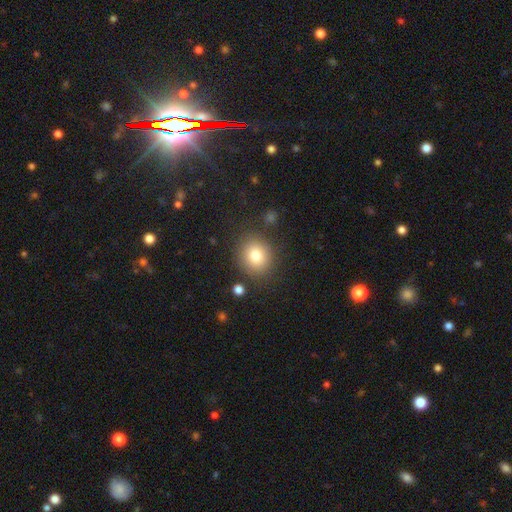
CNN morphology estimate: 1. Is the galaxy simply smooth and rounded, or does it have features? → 80% smooth, 11% star or artifact, 10% featured or disk.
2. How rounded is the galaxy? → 78% round, 21% in between, 1% cigar-shaped.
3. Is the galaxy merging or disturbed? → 83% none, 10% minor disturbance, 4% major disturbance, 3% merger.